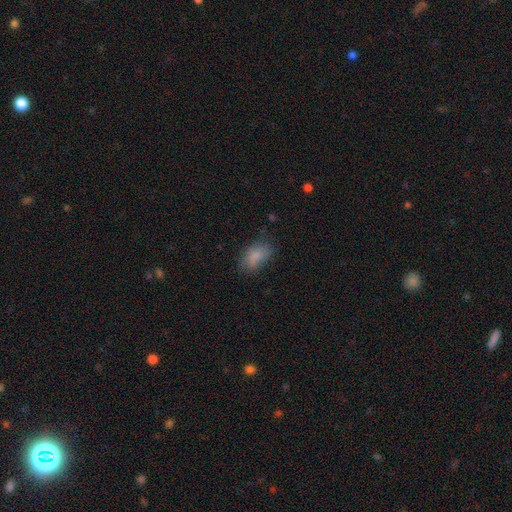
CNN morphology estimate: A smooth galaxy with no disk features (84%) that is in between round and cigar-shaped (91%). Merging: none (68%).